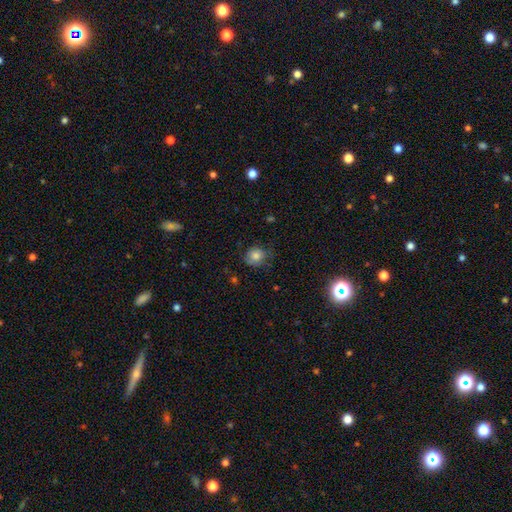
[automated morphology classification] smooth_or_featured: smooth (p=0.80) [alt: featured or disk p=0.10]
how_rounded: round (p=0.78) [alt: in between p=0.21]
merging: none (p=0.67) [alt: minor disturbance p=0.24]